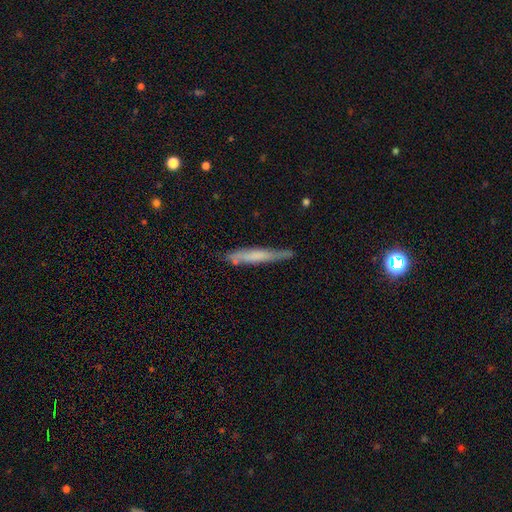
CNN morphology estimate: smooth 55%, featured or disk 39%, star or artifact 6%. Down the decision tree: how rounded — cigar-shaped (94%); merging — none (75%).